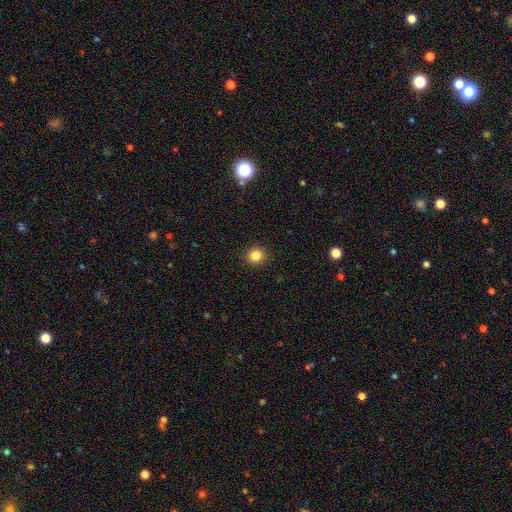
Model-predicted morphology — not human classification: smooth-or-featured: smooth: 84% | star or artifact: 12% | featured or disk: 4%
  how-rounded: round: 90% | in between: 10% | cigar-shaped: 1%
  merging: none: 92% | minor disturbance: 5% | major disturbance: 2% | merger: 1%